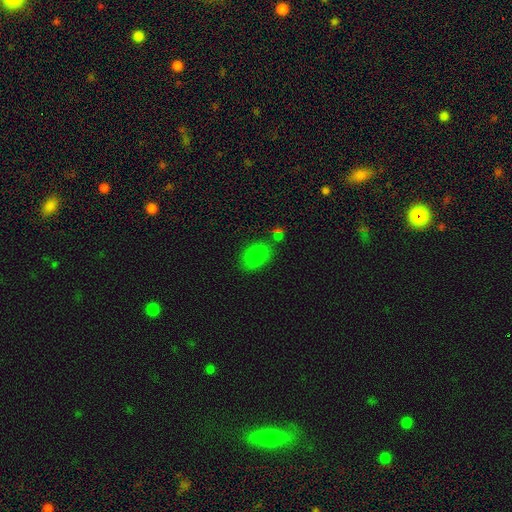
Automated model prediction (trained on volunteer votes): Smooth or featured: smooth — 79% (star or artifact — 13%)
How rounded: in between — 84% (round — 14%)
Merging: none — 74% (minor disturbance — 15%)